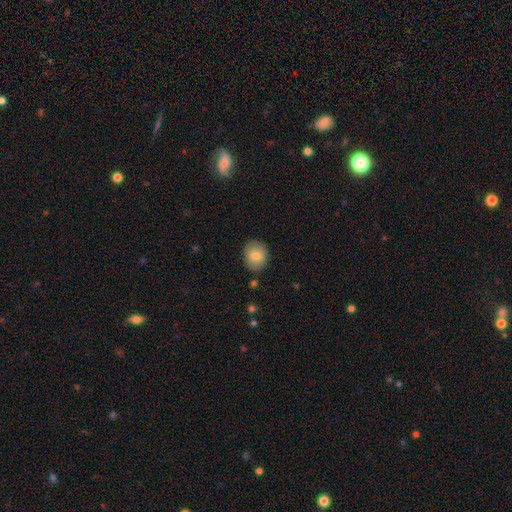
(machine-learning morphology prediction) smooth_or_featured: smooth (p=0.79) [alt: featured or disk p=0.13]
how_rounded: round (p=0.53) [alt: in between p=0.46]
merging: none (p=0.85) [alt: minor disturbance p=0.11]